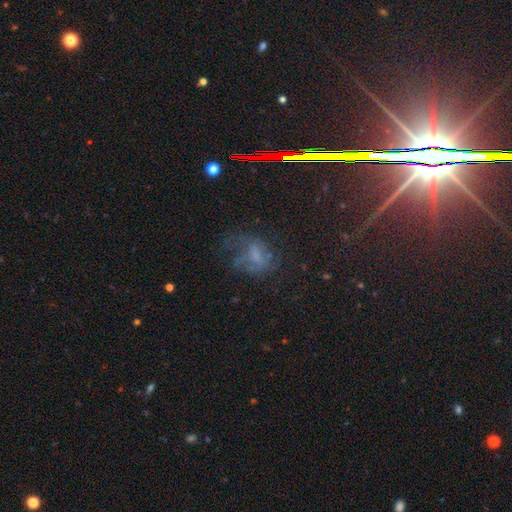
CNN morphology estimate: A smooth galaxy with no disk features (37%).

Vote fractions:
- Smooth or featured? smooth: 37% / featured or disk: 35% / star or artifact: 28%
- Merging? none: 41% / major disturbance: 35% / minor disturbance: 21% / merger: 3%